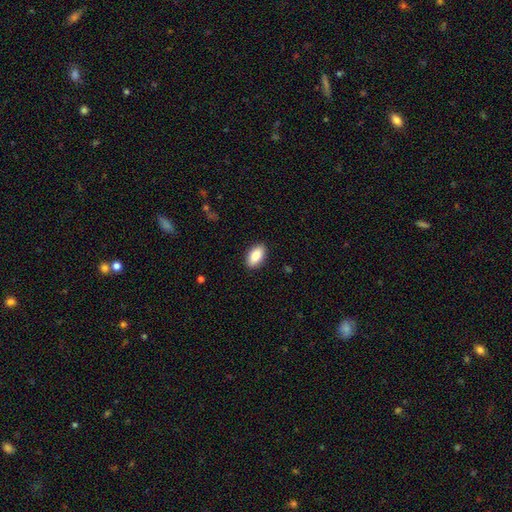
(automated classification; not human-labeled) Morphology: type=smooth (87%); roundness=in between (93%); merging=none (89%).